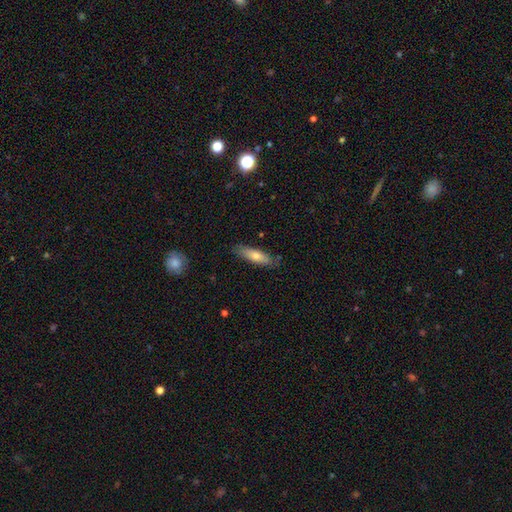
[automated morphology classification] This appears to be a smooth galaxy with no disk features (66%) that is cigar-shaped (58%). Merging: none (81%).